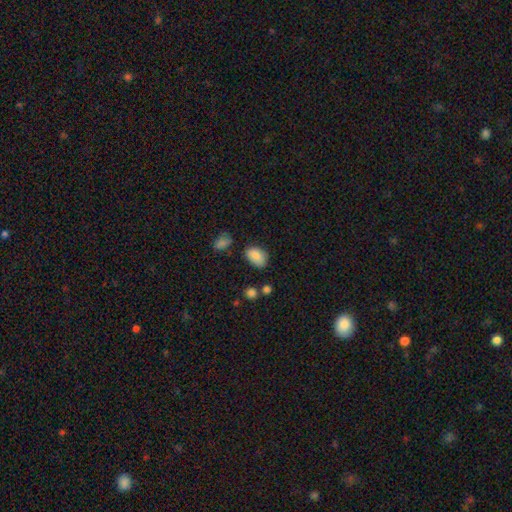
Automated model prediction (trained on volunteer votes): Overall: smooth (85%). How rounded: in between (87%). Merging: none (72%).